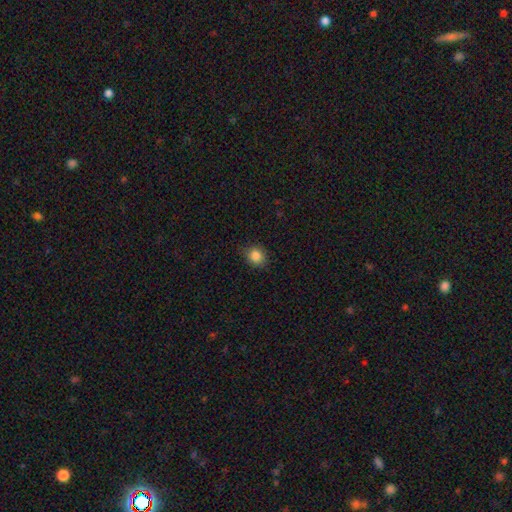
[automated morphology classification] A smooth galaxy with no disk features (85%) that is round (70%).

Vote fractions:
- Smooth or featured? smooth: 85% / star or artifact: 10% / featured or disk: 5%
- How rounded? round: 70% / in between: 29% / cigar-shaped: 1%
- Merging? none: 84% / minor disturbance: 13% / major disturbance: 3% / merger: 1%